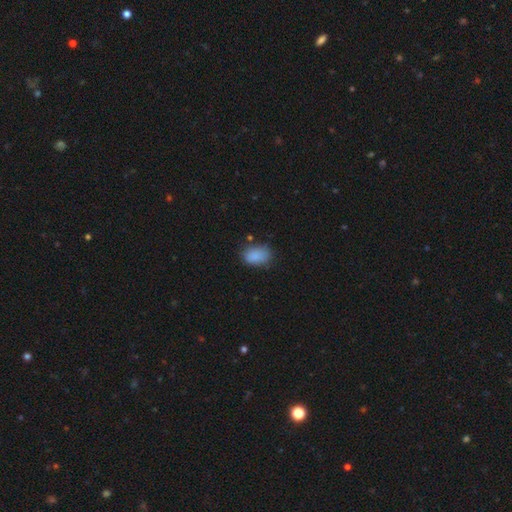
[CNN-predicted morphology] Smooth or featured? Predicted: smooth (p=0.85). How rounded? Predicted: in between (p=0.82). Merging? Predicted: none (p=0.67).